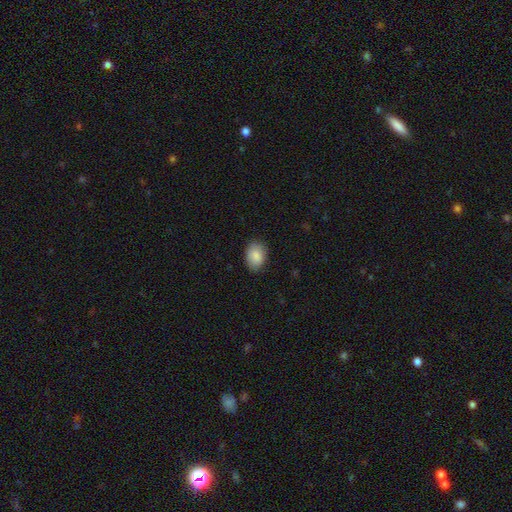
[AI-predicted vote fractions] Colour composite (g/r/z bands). It shows a smooth galaxy with no disk features (88%) that is in between round and cigar-shaped (80%). Merging: none (83%).